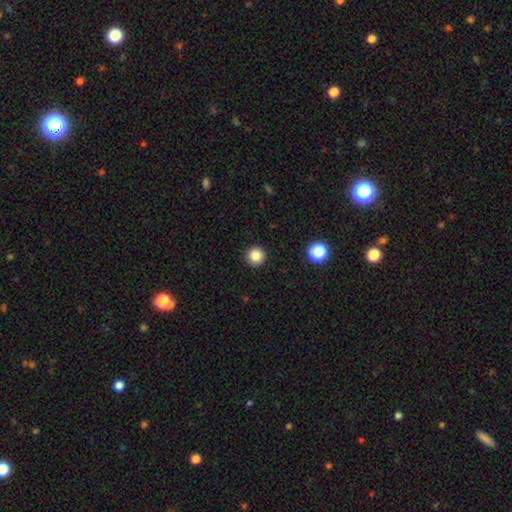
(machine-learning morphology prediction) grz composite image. It shows a smooth galaxy with no disk features (86%) that is round (96%). Merging: none (93%).